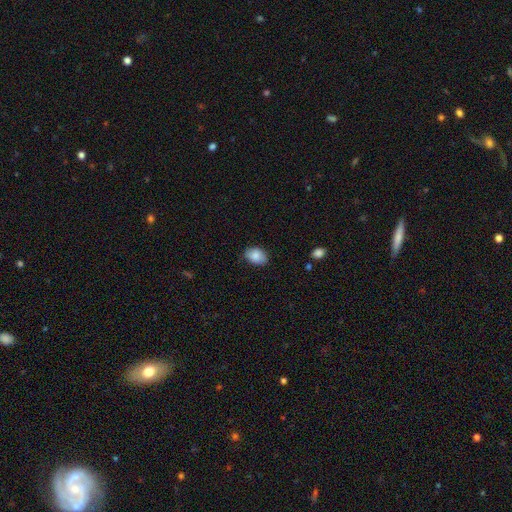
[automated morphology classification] A smooth galaxy with no disk features (86%) that is in between round and cigar-shaped (80%). Merging: none (76%).